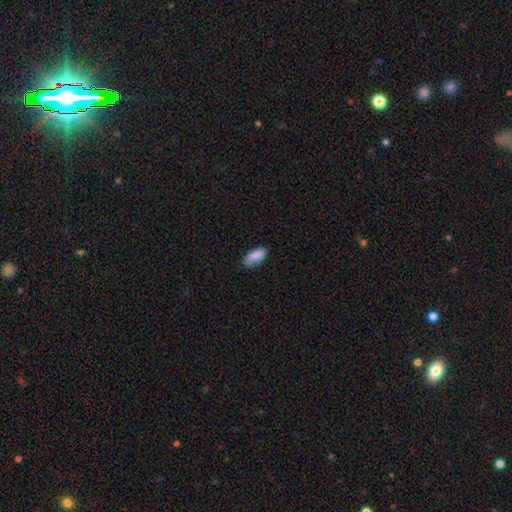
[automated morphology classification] A smooth galaxy with no disk features (88%) that is in between round and cigar-shaped (83%).

Vote fractions:
- Smooth or featured? smooth: 88% / star or artifact: 7% / featured or disk: 5%
- How rounded? in between: 83% / cigar-shaped: 15% / round: 2%
- Merging? none: 69% / minor disturbance: 25% / major disturbance: 4% / merger: 2%